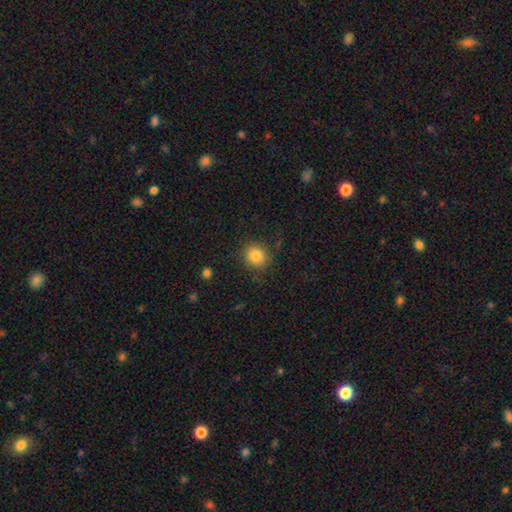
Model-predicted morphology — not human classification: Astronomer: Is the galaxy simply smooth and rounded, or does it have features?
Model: smooth — 84%.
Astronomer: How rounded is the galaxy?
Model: round — 84%.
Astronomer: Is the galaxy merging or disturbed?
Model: none — 85%.